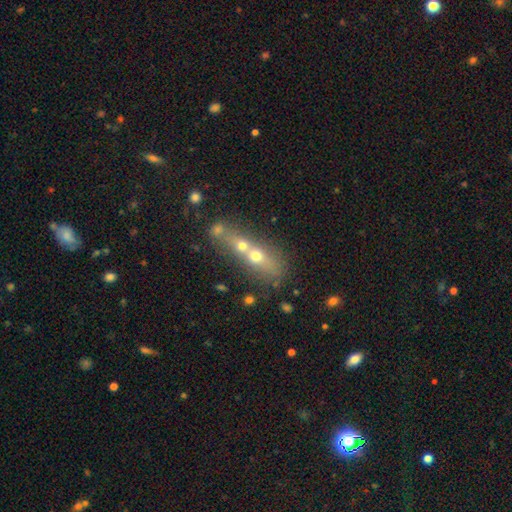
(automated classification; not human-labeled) Smooth or featured? Predicted: smooth (p=0.46). Merging? Predicted: merger (p=0.65).